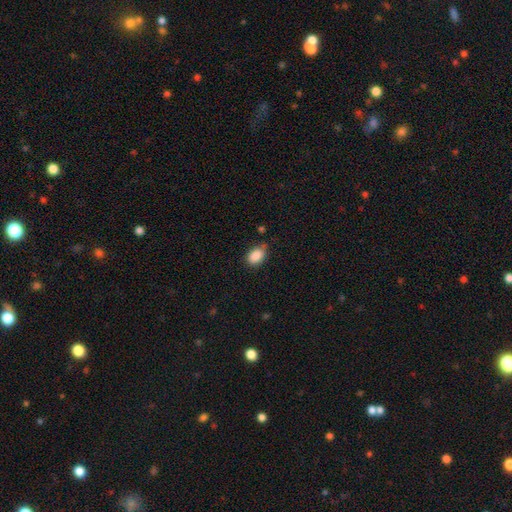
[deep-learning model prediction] Smooth or featured?
  - smooth: 88% *
  - star or artifact: 8%
  - featured or disk: 4%
How rounded?
  - in between: 81% *
  - round: 18%
  - cigar-shaped: 1%
Merging?
  - none: 70% *
  - minor disturbance: 23%
  - major disturbance: 4%
  - merger: 3%